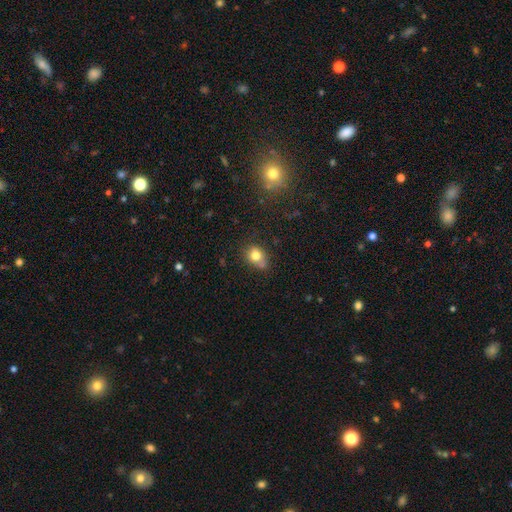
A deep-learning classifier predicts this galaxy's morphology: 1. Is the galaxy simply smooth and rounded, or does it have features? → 77% smooth, 12% featured or disk, 11% star or artifact.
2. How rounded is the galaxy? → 49% round (tied), 49% in between (tied), 1% cigar-shaped.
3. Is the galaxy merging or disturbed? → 54% none, 26% minor disturbance, 13% merger, 7% major disturbance.